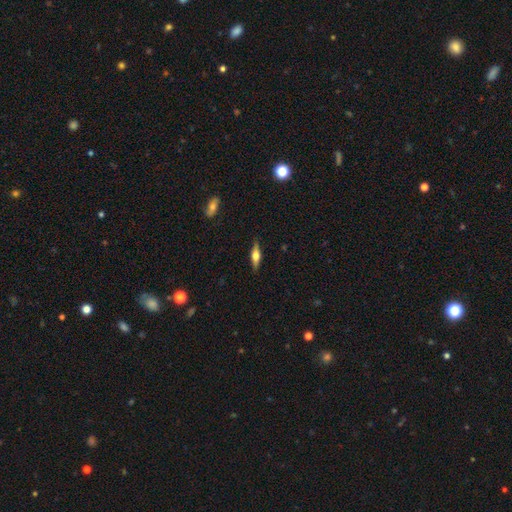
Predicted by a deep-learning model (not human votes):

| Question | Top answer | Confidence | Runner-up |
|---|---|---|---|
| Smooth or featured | featured or disk | 56% | smooth (37%) |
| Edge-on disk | yes | 95% | no (5%) |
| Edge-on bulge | rounded | 90% | boxy (8%) |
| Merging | none | 87% | minor disturbance (10%) |